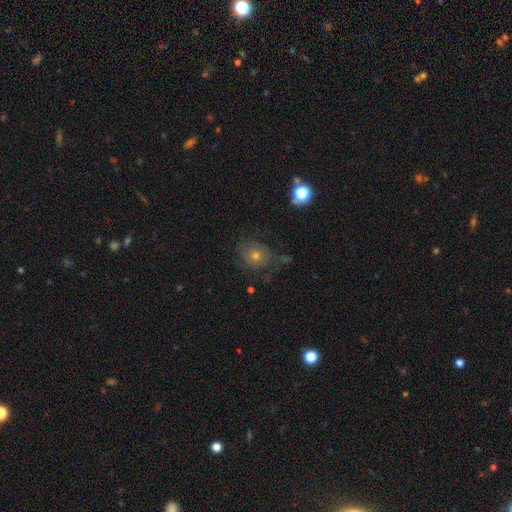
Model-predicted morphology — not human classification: smooth-or-featured: featured or disk: 41% | smooth: 36% | star or artifact: 22%
  merging: none: 64% | minor disturbance: 20% | major disturbance: 13% | merger: 3%